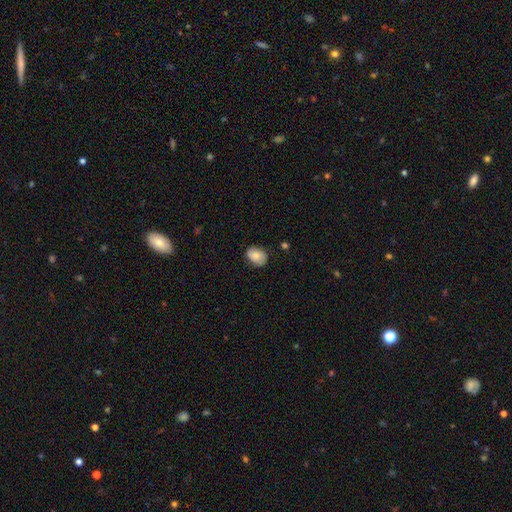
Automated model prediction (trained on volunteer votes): Smooth or featured? Predicted: smooth (p=0.75). How rounded? Predicted: in between (p=0.66). Merging? Predicted: none (p=0.74).